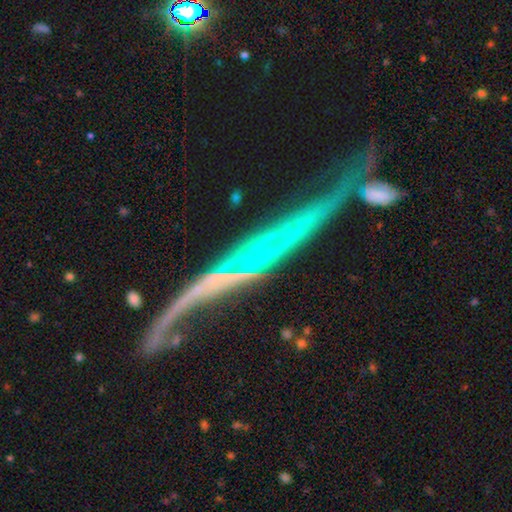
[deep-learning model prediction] smooth-or-featured: featured or disk: 76% | smooth: 12% | star or artifact: 12%
  disk-edge-on: yes: 57% | no: 43%
  merging: none: 32% | major disturbance: 27% | merger: 22% | minor disturbance: 19%